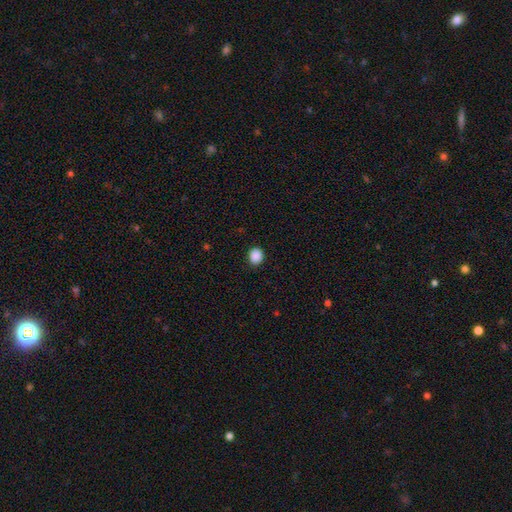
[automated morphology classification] smooth-or-featured: smooth: 89% | star or artifact: 9% | featured or disk: 2%
  how-rounded: round: 65% | in between: 34% | cigar-shaped: 1%
  merging: none: 90% | minor disturbance: 7% | major disturbance: 2% | merger: 1%